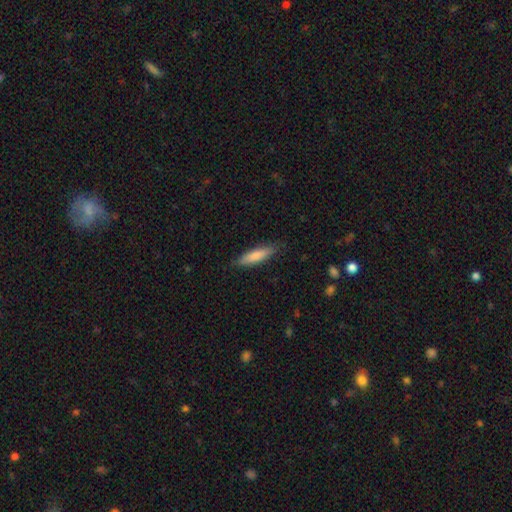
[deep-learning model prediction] This is likely a smooth galaxy (80%). How rounded: likely cigar-shaped (76%). Merging: clearly none (85%).